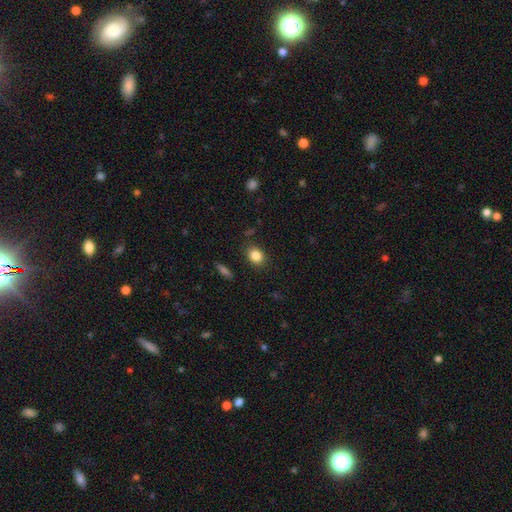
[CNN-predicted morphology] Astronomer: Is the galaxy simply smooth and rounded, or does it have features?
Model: smooth — 84%.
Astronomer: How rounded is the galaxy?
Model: round — 53% (runner-up: in between, 46%).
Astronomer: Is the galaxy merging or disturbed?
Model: none — 87%.